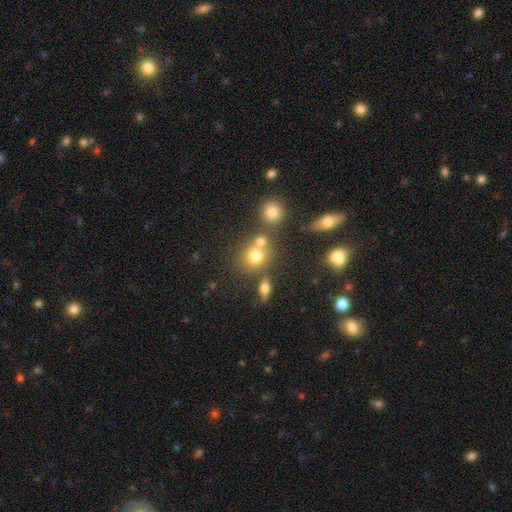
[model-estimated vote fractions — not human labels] Smooth or featured?
  - smooth: 73% *
  - star or artifact: 16%
  - featured or disk: 11%
How rounded?
  - round: 76% *
  - in between: 22%
  - cigar-shaped: 1%
Merging?
  - none: 53% *
  - merger: 32%
  - minor disturbance: 10%
  - major disturbance: 4%